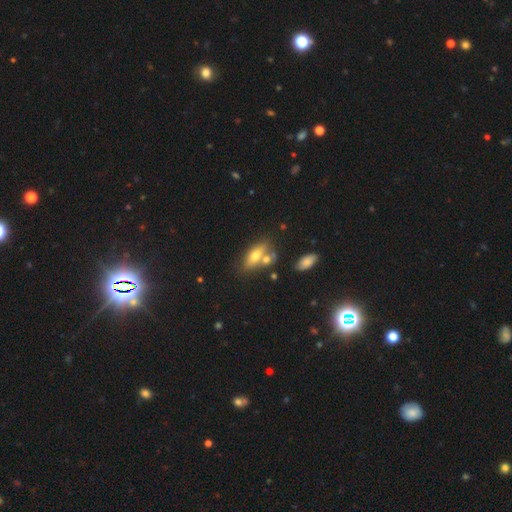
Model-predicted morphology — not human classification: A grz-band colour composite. It shows a smooth galaxy with no disk features (66%) that is in between round and cigar-shaped (74%). Merging: none (53%).